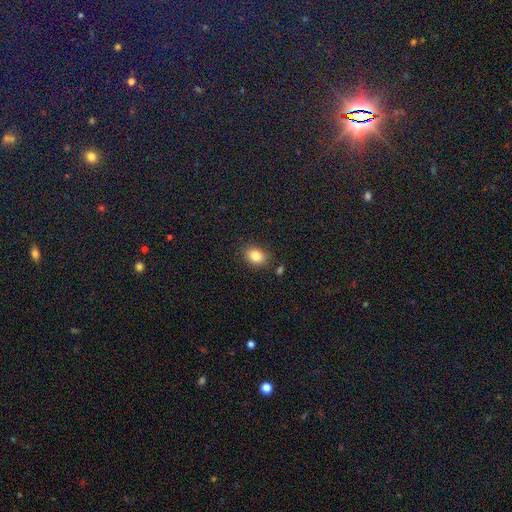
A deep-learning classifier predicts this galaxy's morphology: A smooth galaxy with no disk features (83%) that is in between round and cigar-shaped (67%).

Vote fractions:
- Smooth or featured? smooth: 83% / star or artifact: 10% / featured or disk: 7%
- How rounded? in between: 67% / round: 32% / cigar-shaped: 1%
- Merging? none: 82% / minor disturbance: 12% / merger: 3% / major disturbance: 3%